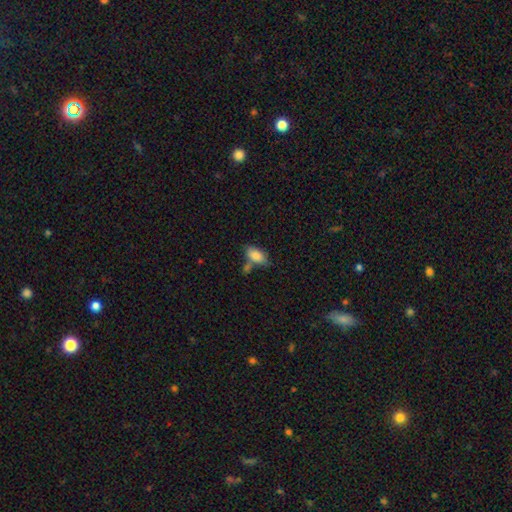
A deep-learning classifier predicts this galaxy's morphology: A smooth galaxy with no disk features (85%) that is in between round and cigar-shaped (90%). Merging: none (50%).